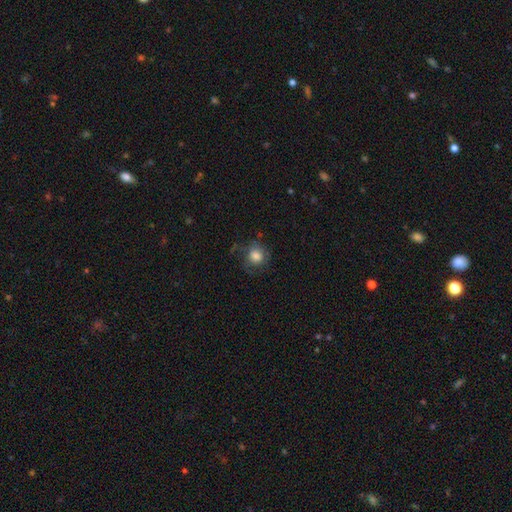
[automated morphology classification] smooth-or-featured: smooth: 74% | featured or disk: 16% | star or artifact: 9%
  how-rounded: round: 85% | in between: 14% | cigar-shaped: 1%
  merging: none: 64% | minor disturbance: 22% | major disturbance: 13% | merger: 2%